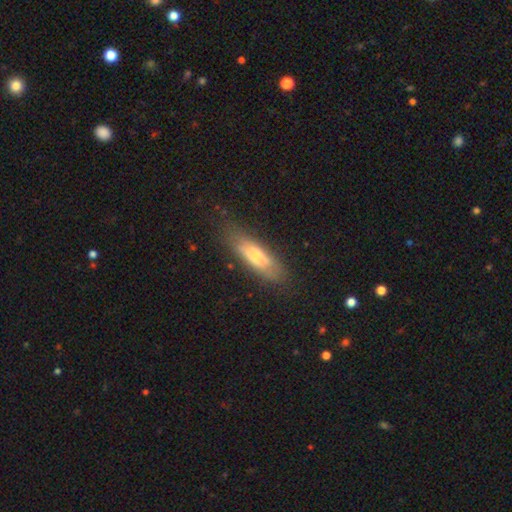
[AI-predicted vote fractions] Smooth or featured? Predicted: smooth (p=0.60). How rounded? Predicted: cigar-shaped (p=0.51). Merging? Predicted: none (p=0.69).